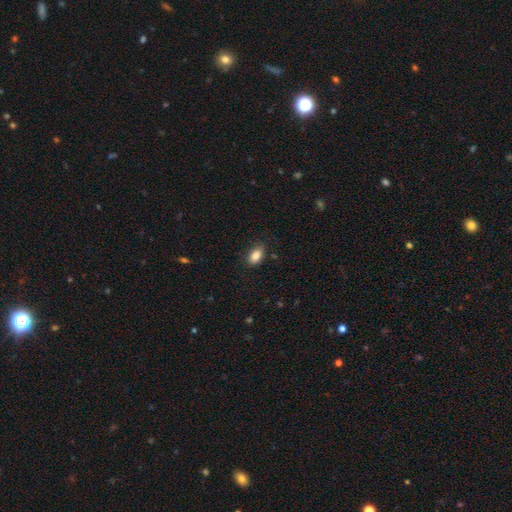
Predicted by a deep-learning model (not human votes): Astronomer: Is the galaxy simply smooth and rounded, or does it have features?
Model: smooth — 86%.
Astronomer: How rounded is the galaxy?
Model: in between — 89%.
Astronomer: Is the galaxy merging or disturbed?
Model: none — 82%.